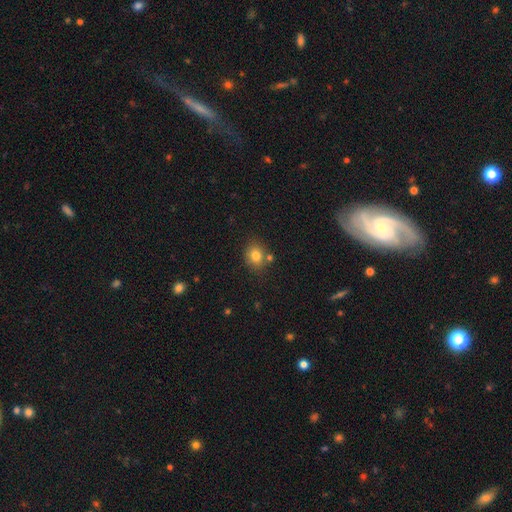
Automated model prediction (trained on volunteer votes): Overall: smooth (80%). How rounded: round (63%; in between 36%). Merging: none (74%).